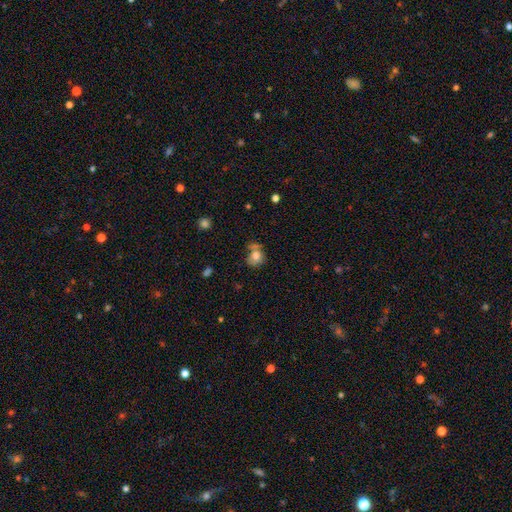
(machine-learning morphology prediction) Smooth or featured? smooth (74%)
How rounded? round (69%)
Merging? none (47%)